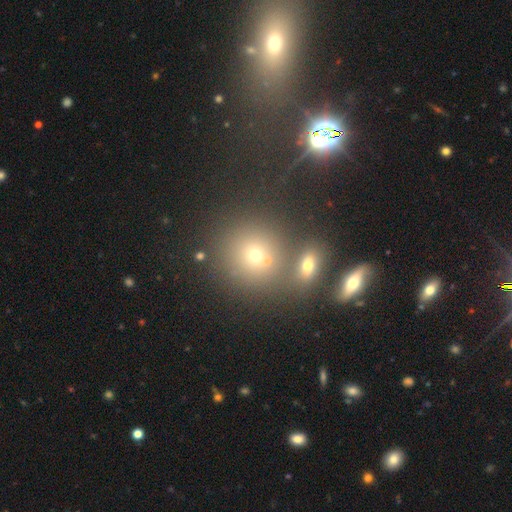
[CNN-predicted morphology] Smooth or featured? Predicted: smooth (p=0.54). How rounded? Predicted: round (p=0.85). Merging? Predicted: none (p=0.65).